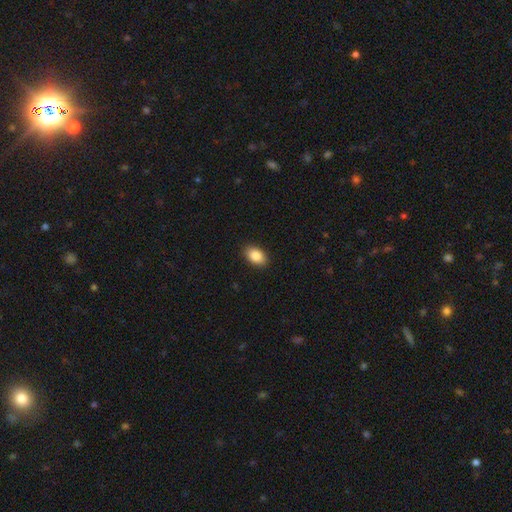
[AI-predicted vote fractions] Smooth or featured?
  - smooth: 88% *
  - star or artifact: 7%
  - featured or disk: 5%
How rounded?
  - in between: 90% *
  - round: 9%
  - cigar-shaped: 1%
Merging?
  - none: 90% *
  - minor disturbance: 7%
  - major disturbance: 2%
  - merger: 1%